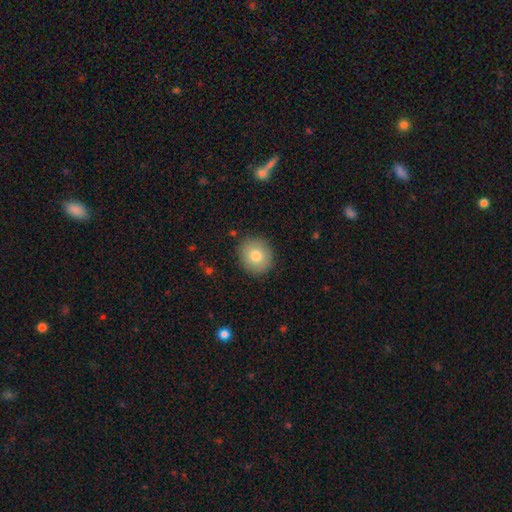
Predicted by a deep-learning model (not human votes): This appears to be a smooth galaxy with no disk features (80%) that is round (80%). Merging: none (88%).